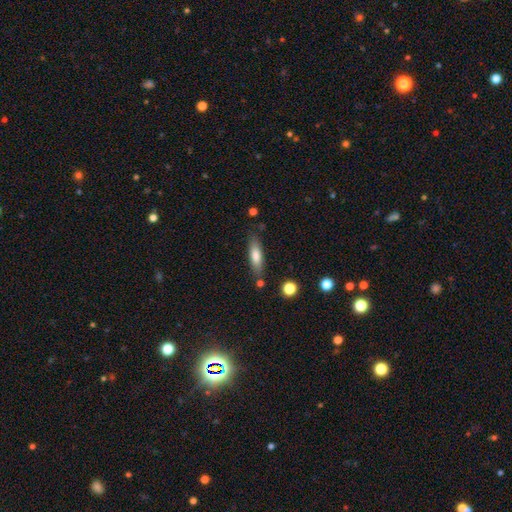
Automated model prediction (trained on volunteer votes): This is likely a smooth galaxy (76%). How rounded: possibly cigar-shaped (56%). Merging: likely none (78%).